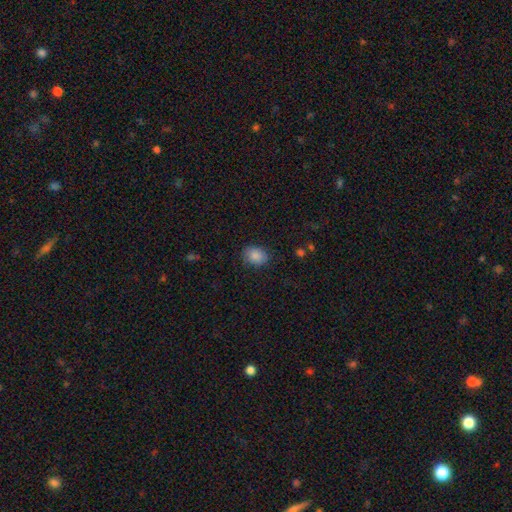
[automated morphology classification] This appears to be a smooth galaxy with no disk features (87%) that is in between round and cigar-shaped (58%). Merging: none (82%).